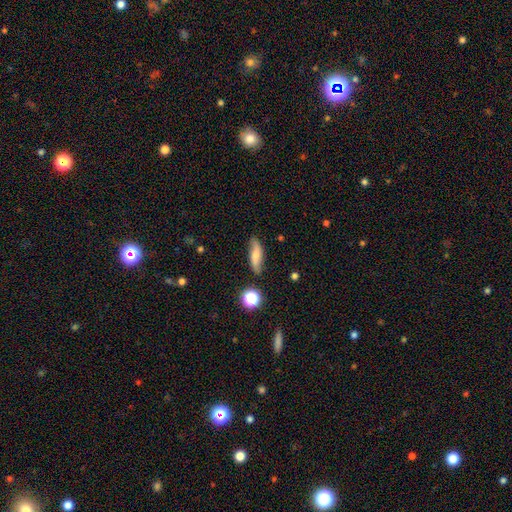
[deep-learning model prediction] Smooth or featured? smooth (55%)
How rounded? cigar-shaped (52%)
Merging? none (78%)